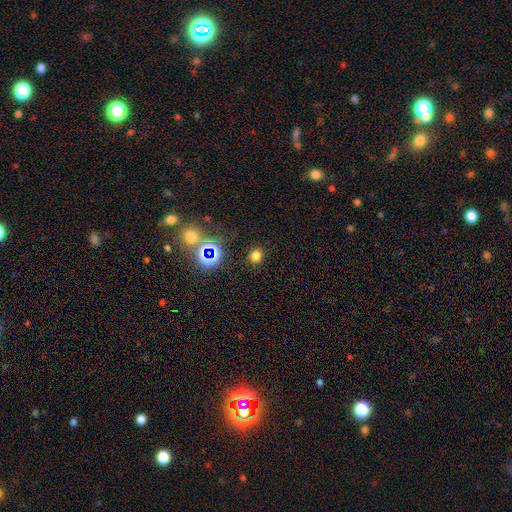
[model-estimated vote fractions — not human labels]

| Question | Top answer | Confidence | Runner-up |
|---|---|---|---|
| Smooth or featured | smooth | 71% | star or artifact (24%) |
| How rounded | round | 84% | in between (15%) |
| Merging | none | 88% | minor disturbance (7%) |